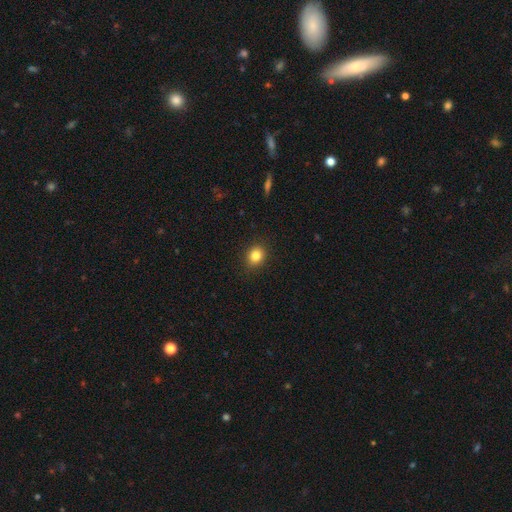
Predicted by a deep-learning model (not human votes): This appears to be a smooth galaxy with no disk features (83%) that is round (71%). Merging: none (89%).